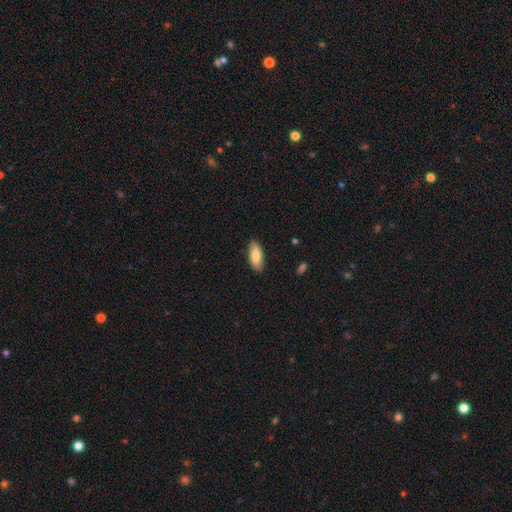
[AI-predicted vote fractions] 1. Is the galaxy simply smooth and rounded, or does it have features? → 80% smooth, 14% featured or disk, 6% star or artifact.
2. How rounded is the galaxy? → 77% in between, 21% cigar-shaped, 2% round.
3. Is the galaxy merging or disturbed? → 85% none, 12% minor disturbance, 2% major disturbance, 1% merger.